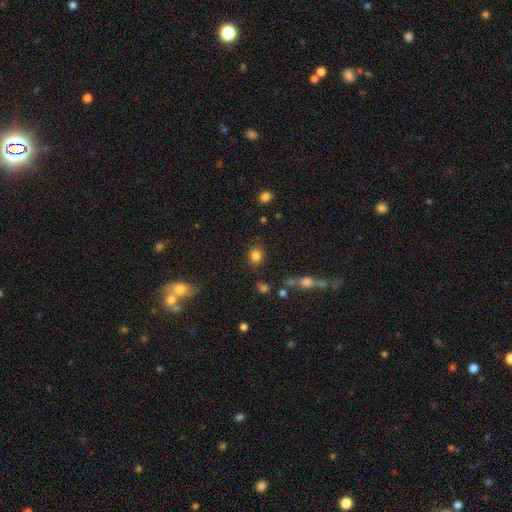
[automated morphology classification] Q: Smooth or featured?
A: smooth (83%); runner-up: star or artifact (11%)
Q: How rounded?
A: round (71%); runner-up: in between (27%)
Q: Merging?
A: none (80%); runner-up: minor disturbance (12%)